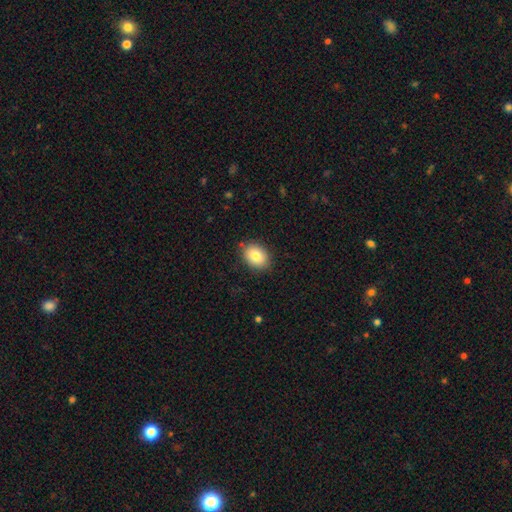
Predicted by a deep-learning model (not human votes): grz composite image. It shows a smooth galaxy with no disk features (83%) that is in between round and cigar-shaped (71%). Merging: none (87%).